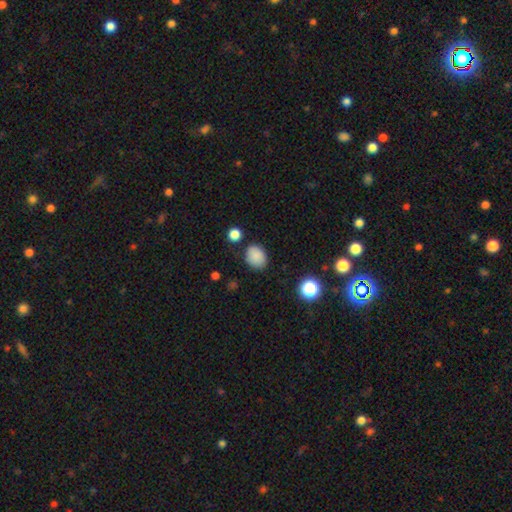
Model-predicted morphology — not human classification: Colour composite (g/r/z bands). It shows a smooth galaxy with no disk features (86%) that is in between round and cigar-shaped (55%). Merging: none (78%).